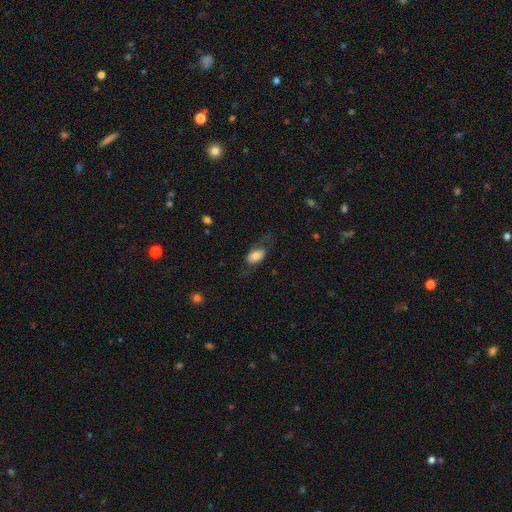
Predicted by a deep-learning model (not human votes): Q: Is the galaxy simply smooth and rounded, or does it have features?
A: smooth — 62%.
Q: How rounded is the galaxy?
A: in between — 90%.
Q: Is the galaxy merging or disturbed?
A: none — 61%.